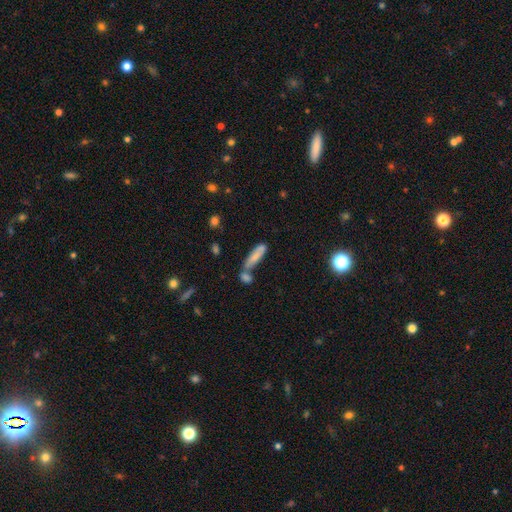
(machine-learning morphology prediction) smooth 72%, featured or disk 20%, star or artifact 8%. Down the decision tree: how rounded — cigar-shaped (67%); merging — none (40%).